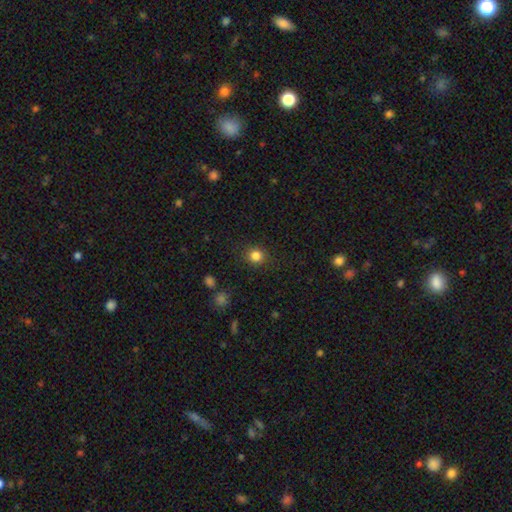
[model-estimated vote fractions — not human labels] This appears to be a smooth galaxy with no disk features (83%) that is round (87%). Merging: none (88%).